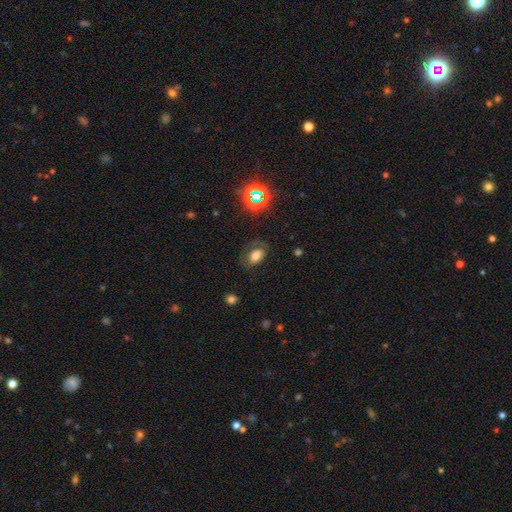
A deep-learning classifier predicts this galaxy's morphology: The model was most divided on "smooth or featured": smooth: 65%, featured or disk: 18%, star or artifact: 17%. More confident: how rounded — in between (85%); merging — none (68%).